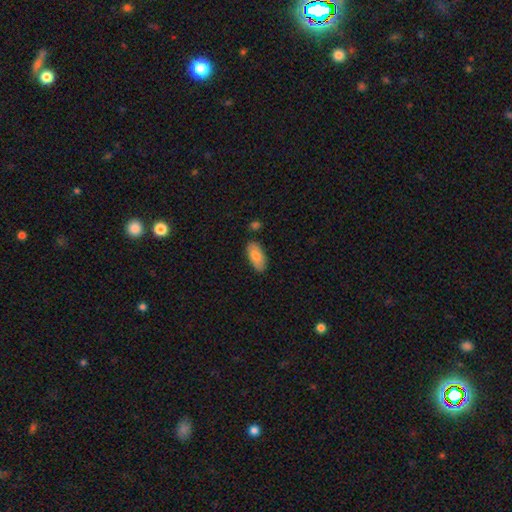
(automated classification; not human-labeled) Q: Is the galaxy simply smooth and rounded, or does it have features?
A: smooth — 80%.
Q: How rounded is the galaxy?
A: in between — 91%.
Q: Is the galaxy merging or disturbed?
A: none — 82%.